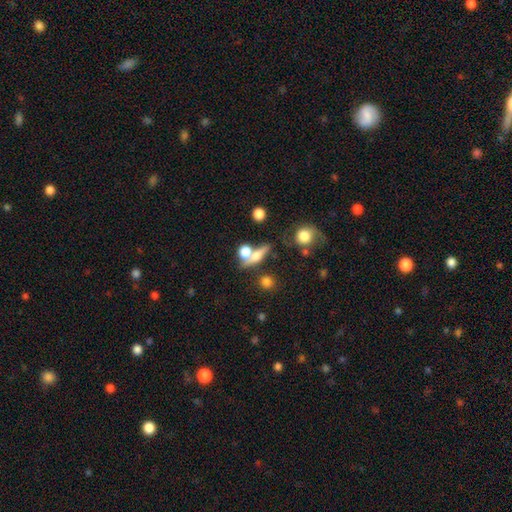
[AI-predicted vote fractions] This is possibly a smooth galaxy (56%). How rounded: marginally cigar-shaped (37%). Merging: possibly none (49%).